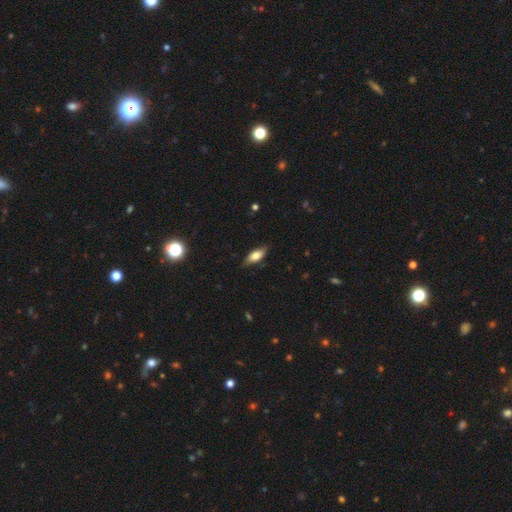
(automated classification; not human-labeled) smooth_or_featured: smooth (p=0.72) [alt: featured or disk p=0.21]
how_rounded: in between (p=0.80) [alt: cigar-shaped p=0.17]
merging: none (p=0.79) [alt: minor disturbance p=0.17]